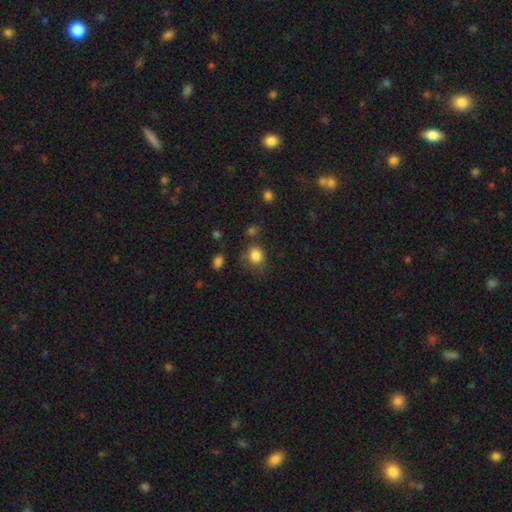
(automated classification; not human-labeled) Overall: smooth (83%). How rounded: round (73%). Merging: none (62%; minor disturbance 23%).